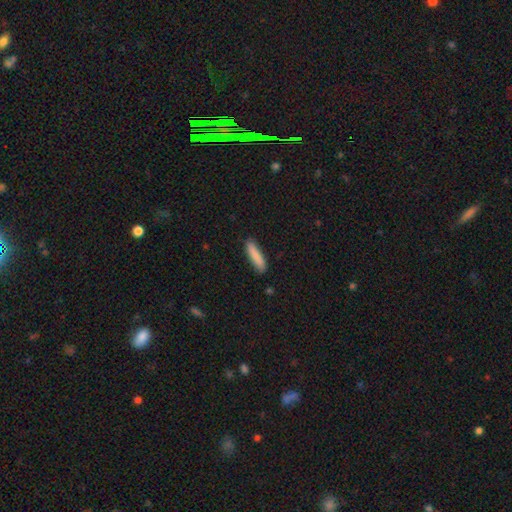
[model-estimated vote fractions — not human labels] The model was most divided on "how rounded": cigar-shaped: 80%, in between: 19%, round: 1%. More confident: smooth or featured — smooth (86%); merging — none (85%).